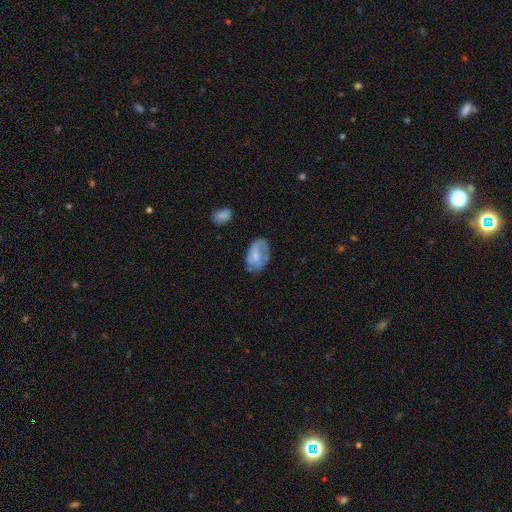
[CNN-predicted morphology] A smooth galaxy with no disk features (47%).

Vote fractions:
- Smooth or featured? smooth: 47% / featured or disk: 45% / star or artifact: 7%
- Merging? none: 49% / minor disturbance: 31% / major disturbance: 17% / merger: 3%